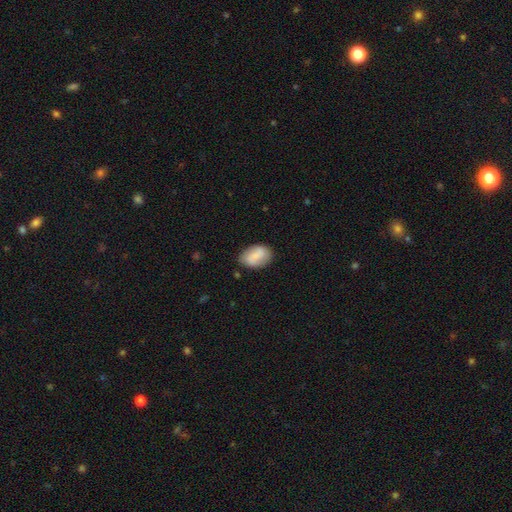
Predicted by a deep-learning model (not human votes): Smooth or featured?
  - smooth: 77% *
  - featured or disk: 16%
  - star or artifact: 7%
How rounded?
  - in between: 86% *
  - round: 12%
  - cigar-shaped: 1%
Merging?
  - none: 73% *
  - minor disturbance: 21%
  - major disturbance: 4%
  - merger: 2%